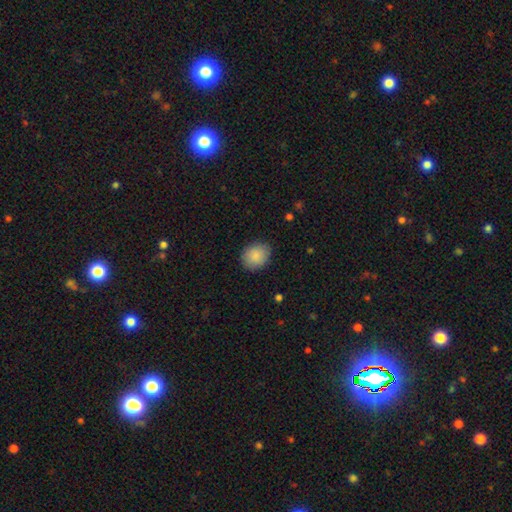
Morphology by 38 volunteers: smooth_or_featured: smooth (p=0.89) [alt: star or artifact p=0.11]
how_rounded: round (p=0.50) [tied with: in between p=0.50]
merging: none (p=0.82) [alt: minor disturbance p=0.09]